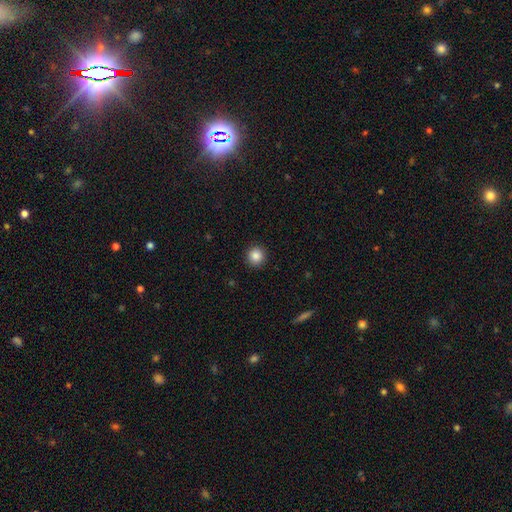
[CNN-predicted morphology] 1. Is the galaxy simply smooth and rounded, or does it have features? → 86% smooth, 10% star or artifact, 4% featured or disk.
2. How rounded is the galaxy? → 94% round, 5% in between, 1% cigar-shaped.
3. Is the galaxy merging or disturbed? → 92% none, 5% minor disturbance, 2% major disturbance, 1% merger.